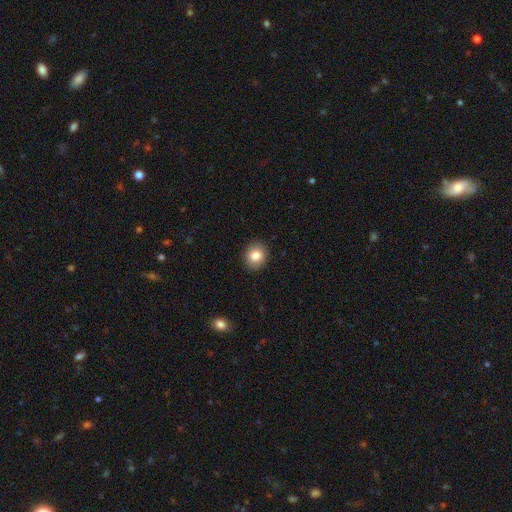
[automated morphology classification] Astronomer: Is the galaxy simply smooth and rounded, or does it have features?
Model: smooth — 84%.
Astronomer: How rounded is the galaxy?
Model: round — 71%.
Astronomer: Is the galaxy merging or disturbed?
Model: none — 90%.